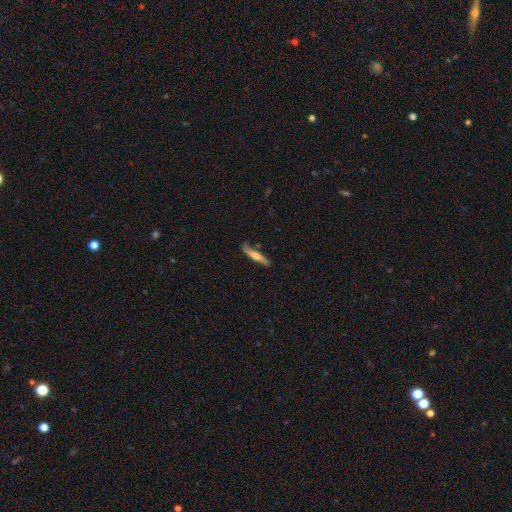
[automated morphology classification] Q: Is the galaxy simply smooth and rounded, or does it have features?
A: featured or disk — 54%.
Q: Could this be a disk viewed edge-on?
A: yes — 81%.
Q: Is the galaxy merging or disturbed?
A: none — 72%.